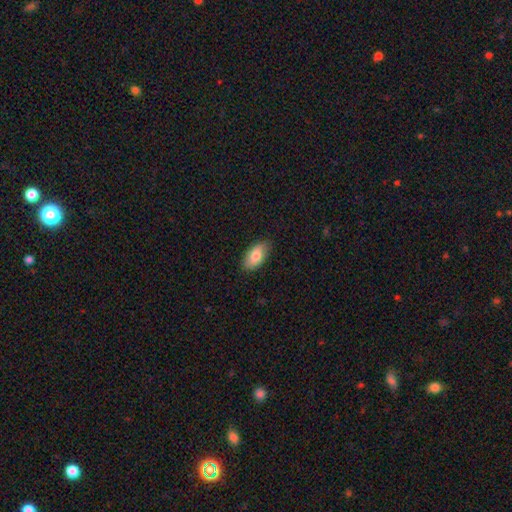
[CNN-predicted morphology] smooth-or-featured: smooth: 80% | featured or disk: 14% | star or artifact: 6%
  how-rounded: in between: 93% | cigar-shaped: 4% | round: 3%
  merging: none: 84% | minor disturbance: 13% | major disturbance: 2% | merger: 1%